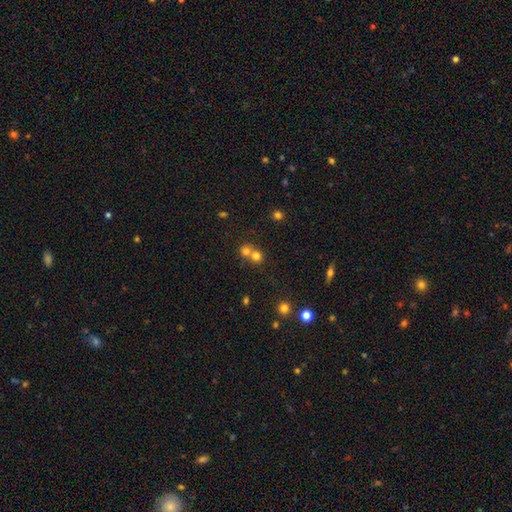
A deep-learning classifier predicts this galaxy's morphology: Smooth or featured?
  - smooth: 73% *
  - star or artifact: 15%
  - featured or disk: 12%
How rounded?
  - round: 85% *
  - in between: 14%
  - cigar-shaped: 1%
Merging?
  - merger: 56% *
  - none: 37%
  - minor disturbance: 5%
  - major disturbance: 2%